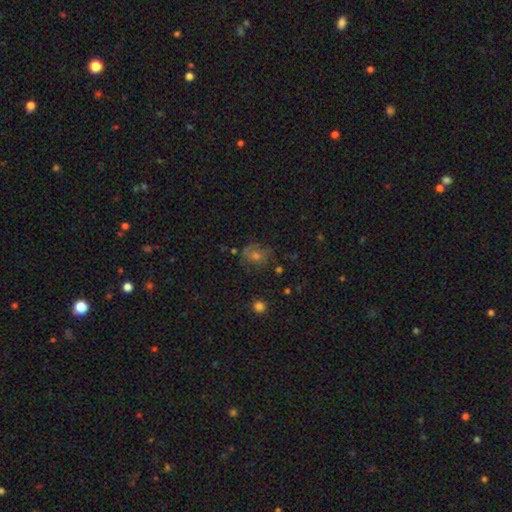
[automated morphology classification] Smooth or featured: smooth — 45% (star or artifact — 28%)
Merging: none — 65% (minor disturbance — 21%)